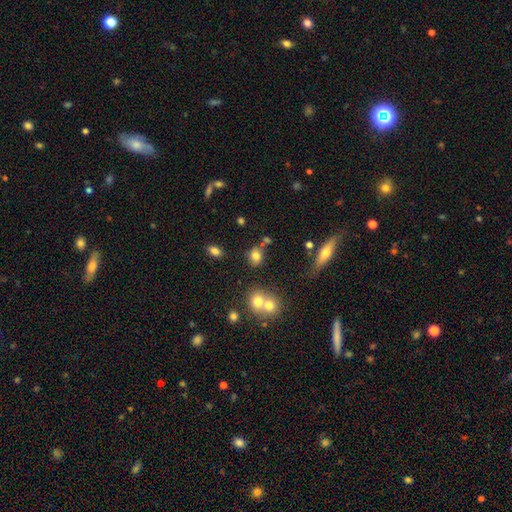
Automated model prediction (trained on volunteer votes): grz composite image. It shows a smooth galaxy with no disk features (76%) that is round (51%). Merging: none (64%).